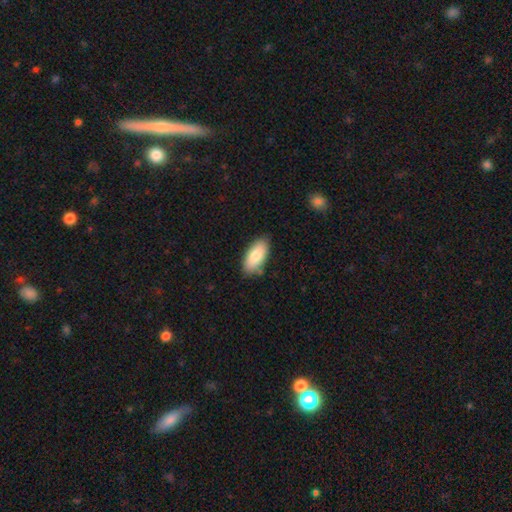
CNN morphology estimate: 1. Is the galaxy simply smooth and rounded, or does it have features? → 82% smooth, 11% featured or disk, 6% star or artifact.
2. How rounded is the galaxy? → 91% in between, 7% cigar-shaped, 2% round.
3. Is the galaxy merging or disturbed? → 82% none, 14% minor disturbance, 2% major disturbance, 2% merger.